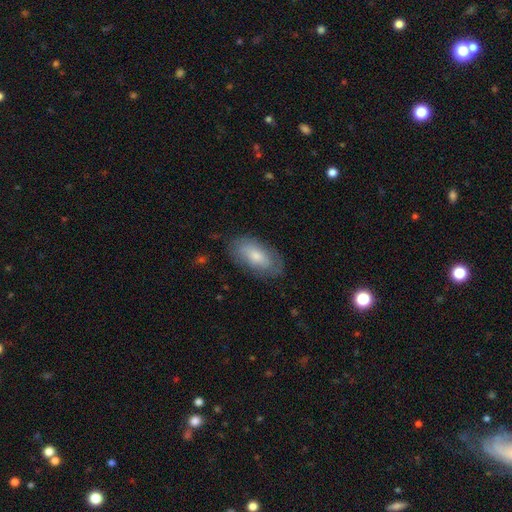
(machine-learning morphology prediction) Smooth or featured?
  - smooth: 67% *
  - featured or disk: 27%
  - star or artifact: 6%
How rounded?
  - in between: 91% *
  - cigar-shaped: 6%
  - round: 3%
Merging?
  - none: 78% *
  - minor disturbance: 16%
  - major disturbance: 5%
  - merger: 1%